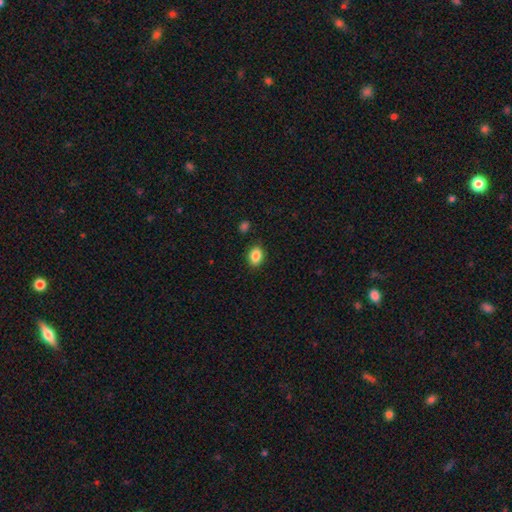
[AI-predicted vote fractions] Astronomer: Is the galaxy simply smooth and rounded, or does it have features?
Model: smooth — 87%.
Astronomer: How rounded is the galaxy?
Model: in between — 67%.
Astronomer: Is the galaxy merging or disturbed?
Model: none — 88%.